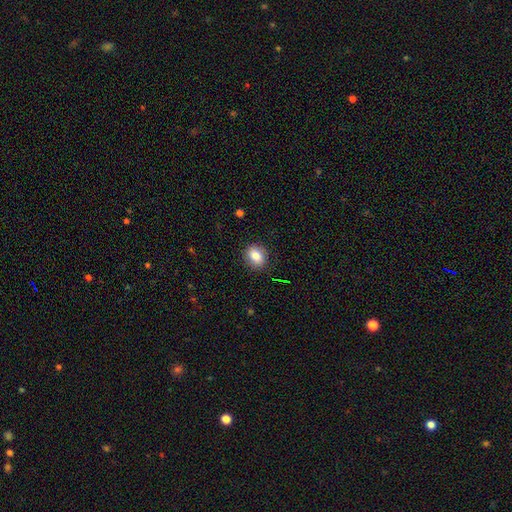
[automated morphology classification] Overall: smooth (82%). How rounded: round (51%; in between 48%). Merging: none (87%).